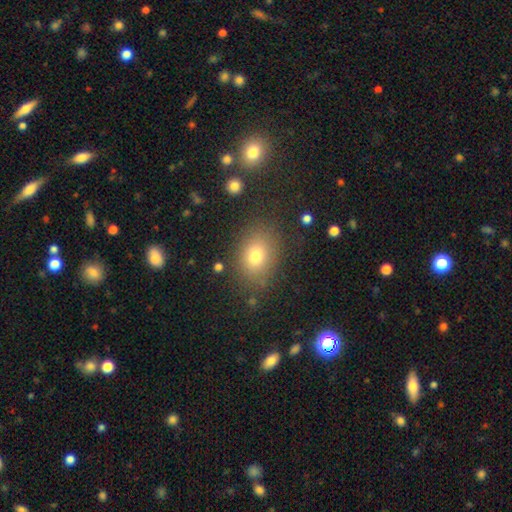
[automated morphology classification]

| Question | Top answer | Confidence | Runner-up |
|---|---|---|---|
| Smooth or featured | smooth | 74% | star or artifact (15%) |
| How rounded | in between | 64% | round (34%) |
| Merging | none | 83% | minor disturbance (11%) |